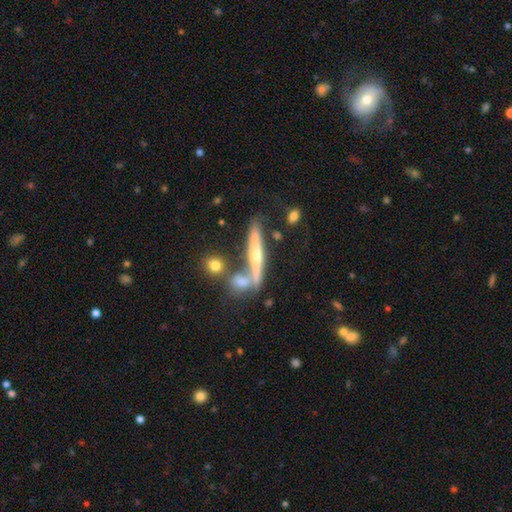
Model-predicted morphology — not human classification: This appears to be a featured or disk galaxy (64%) viewed edge-on (91%) with a rounded central bulge (72%). Merging: none (62%).